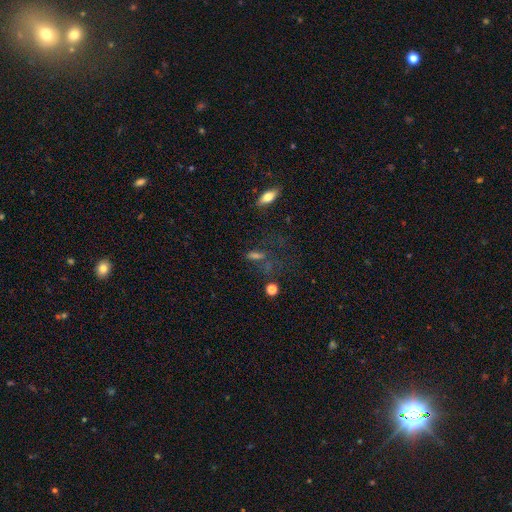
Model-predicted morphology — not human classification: type=smooth (50%); merging=none (53%).